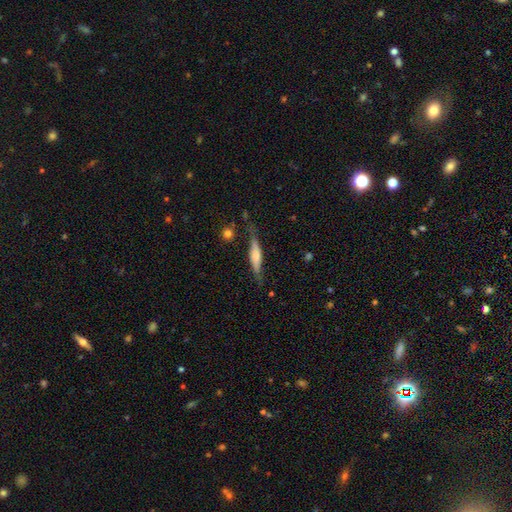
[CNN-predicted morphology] Q: Smooth or featured?
A: featured or disk (53%); runner-up: smooth (40%)
Q: Edge-on disk?
A: yes (85%); runner-up: no (15%)
Q: Merging?
A: none (68%); runner-up: minor disturbance (21%)